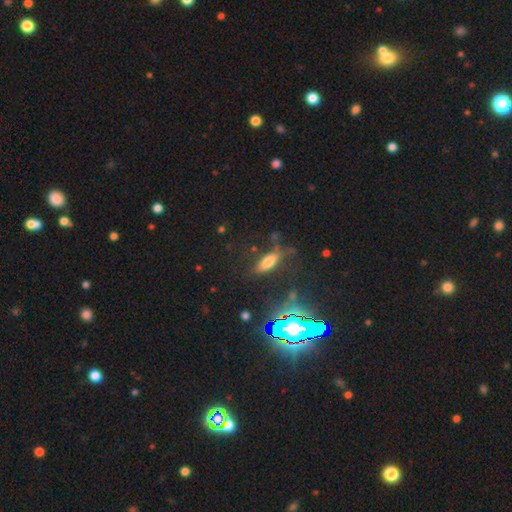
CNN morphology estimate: Smooth or featured?
  - star or artifact: 52% *
  - featured or disk: 28%
  - smooth: 20%